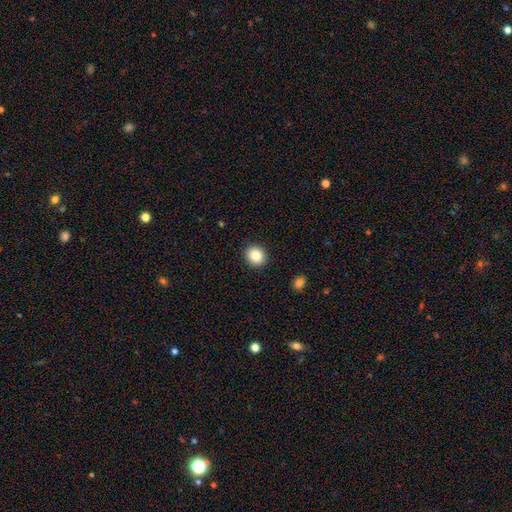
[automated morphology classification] smooth-or-featured: smooth: 85% | star or artifact: 9% | featured or disk: 6%
  how-rounded: round: 79% | in between: 20% | cigar-shaped: 1%
  merging: none: 92% | minor disturbance: 6% | major disturbance: 2% | merger: 1%